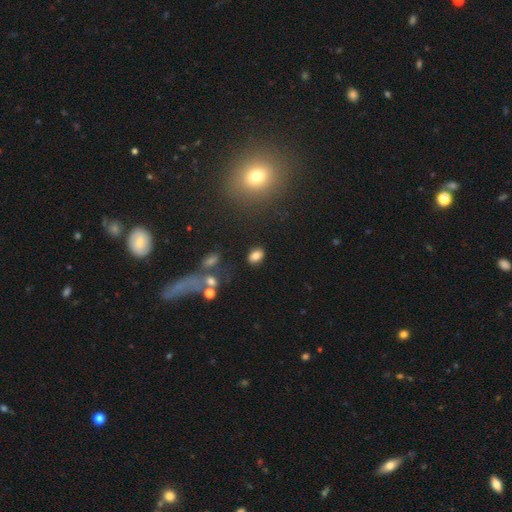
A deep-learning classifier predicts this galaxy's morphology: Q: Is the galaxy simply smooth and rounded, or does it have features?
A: smooth — 80%.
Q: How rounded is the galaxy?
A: in between — 78%.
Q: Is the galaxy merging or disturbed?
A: none — 81%.